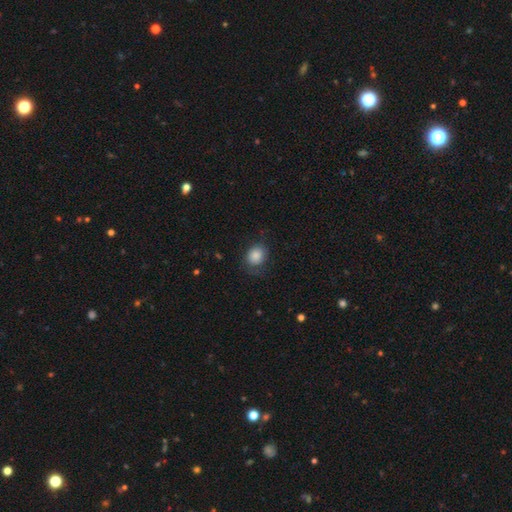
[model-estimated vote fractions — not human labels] Smooth or featured?
  - smooth: 84% *
  - star or artifact: 8%
  - featured or disk: 8%
How rounded?
  - round: 63% *
  - in between: 36%
  - cigar-shaped: 1%
Merging?
  - none: 69% *
  - minor disturbance: 21%
  - major disturbance: 8%
  - merger: 1%